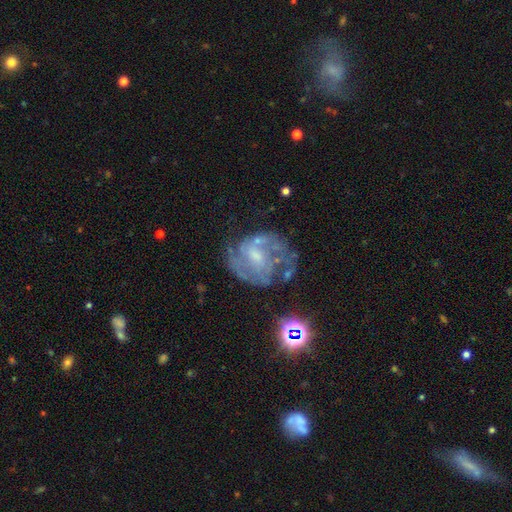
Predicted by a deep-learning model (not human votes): smooth-or-featured: featured or disk: 78% | smooth: 11% | star or artifact: 11%
  disk-edge-on: no: 98% | yes: 2%
    bar: weak: 45% (tied) | no: 45% (tied) | strong: 11%
    has-spiral-arms: yes: 85% | no: 15%
      spiral-winding: medium: 46% | tight: 37% | loose: 17%
      spiral-arm-count: 2: 50% | can't tell: 27% | 3: 11% | 1: 5% | 4: 4% | more than 4: 3%
    bulge-size: small: 45% | moderate: 35% | none: 16% | large: 3% | dominant: 1%
  merging: none: 56% | minor disturbance: 21% | major disturbance: 18% | merger: 5%